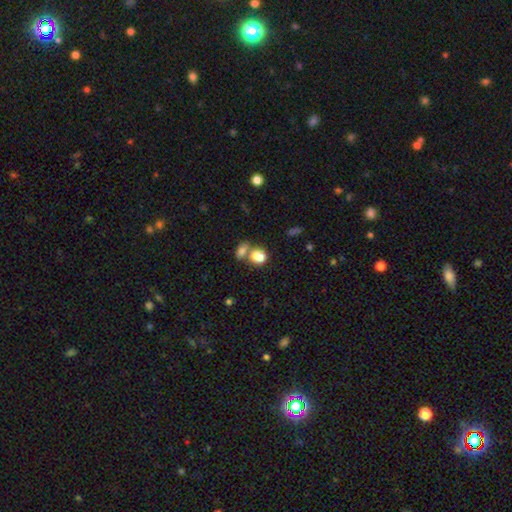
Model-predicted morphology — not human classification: Overall: smooth (80%). How rounded: in between (57%; round 41%). Merging: merger (53%; none 34%).